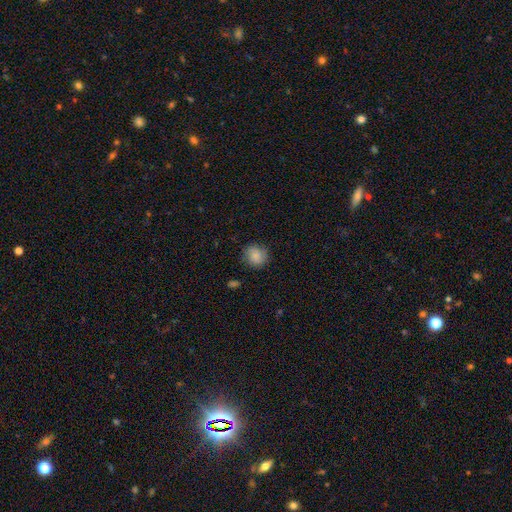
smooth-or-featured: smooth: 79% | featured or disk: 13% | star or artifact: 8%
  how-rounded: round: 90% | in between: 10% | cigar-shaped: 0%
  merging: none: 97% | major disturbance: 3% | minor disturbance: 0% | merger: 0%